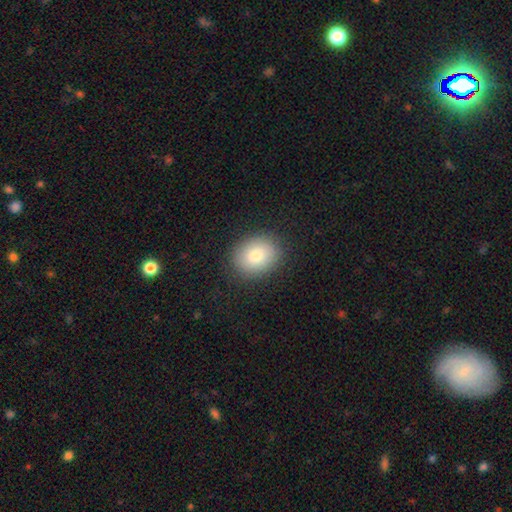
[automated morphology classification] Smooth or featured: smooth — 81% (featured or disk — 10%)
How rounded: round — 51% (in between — 49%)
Merging: none — 88% (minor disturbance — 8%)